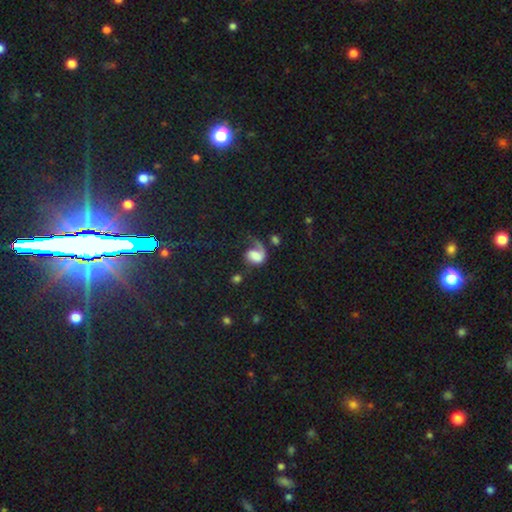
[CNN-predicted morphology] Smooth or featured? featured or disk (54%)
Edge-on disk? no (97%)
Bar? no (54%)
Spiral arms? yes (85%)
Bulge size? large (30%)
Merging? major disturbance (43%)